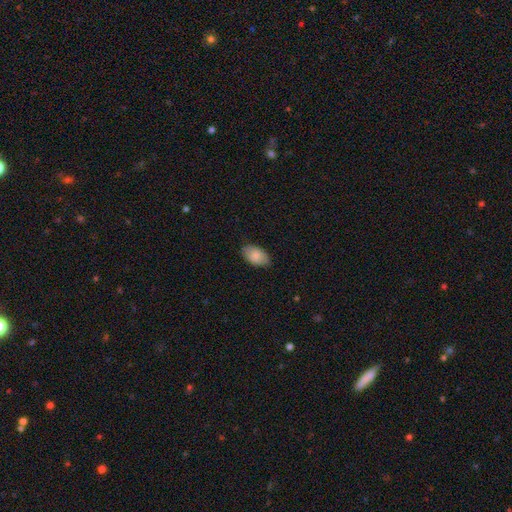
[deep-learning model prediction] Q: Smooth or featured?
A: smooth (87%); runner-up: featured or disk (6%)
Q: How rounded?
A: in between (94%); runner-up: round (5%)
Q: Merging?
A: none (83%); runner-up: minor disturbance (13%)